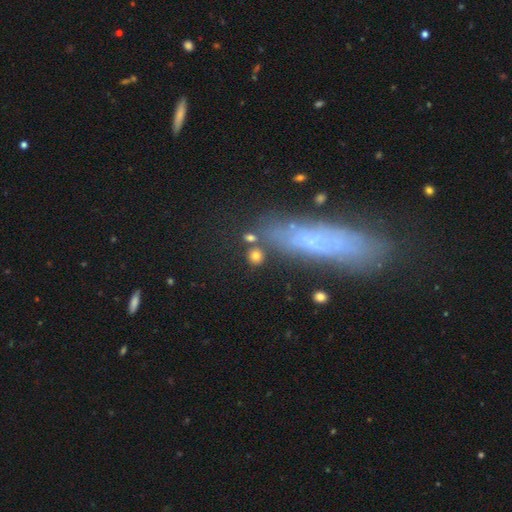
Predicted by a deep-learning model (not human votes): smooth-or-featured: smooth: 78% | star or artifact: 12% | featured or disk: 9%
  how-rounded: round: 78% | in between: 19% | cigar-shaped: 3%
  merging: none: 75% | merger: 10% | minor disturbance: 9% | major disturbance: 5%